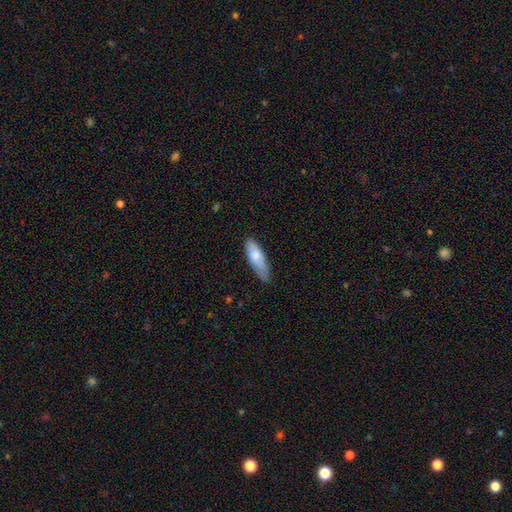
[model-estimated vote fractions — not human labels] Morphology: type=smooth (77%); roundness=in between (55%); merging=none (65%).